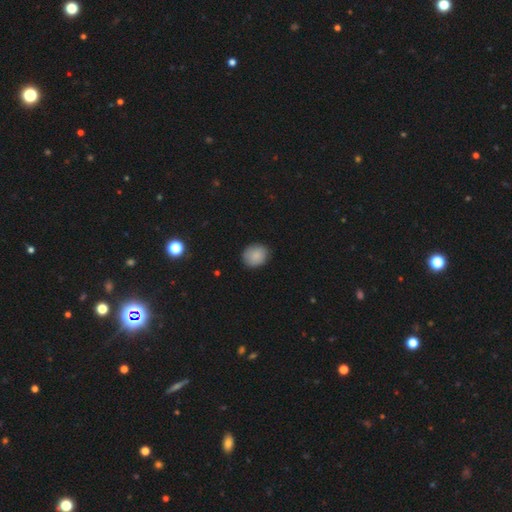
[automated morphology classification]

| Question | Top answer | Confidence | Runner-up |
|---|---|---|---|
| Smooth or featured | smooth | 87% | star or artifact (8%) |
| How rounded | round | 67% | in between (32%) |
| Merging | none | 86% | minor disturbance (11%) |